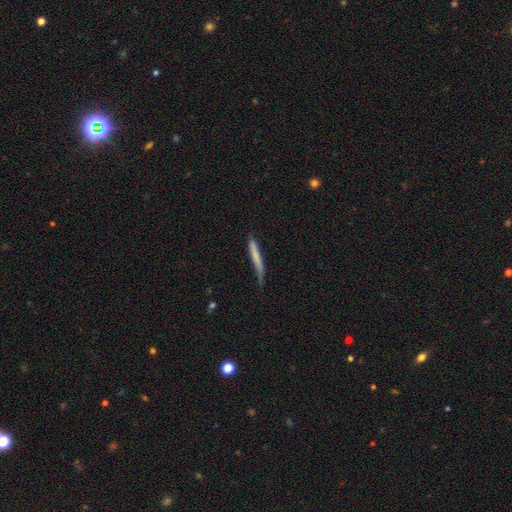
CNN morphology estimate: Smooth or featured?
  - smooth: 67% *
  - featured or disk: 27%
  - star or artifact: 6%
How rounded?
  - cigar-shaped: 95% *
  - in between: 3%
  - round: 1%
Merging?
  - none: 60% *
  - minor disturbance: 30%
  - major disturbance: 7%
  - merger: 2%